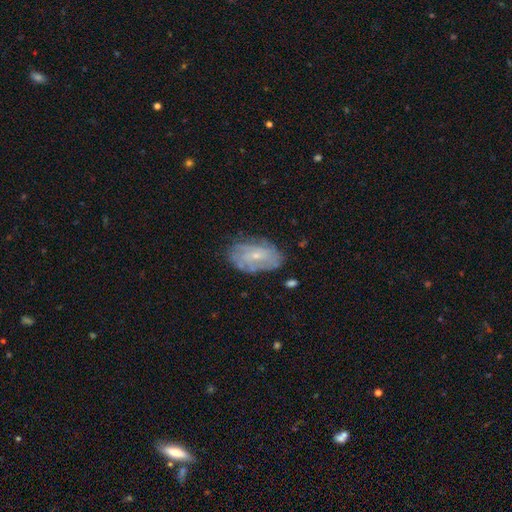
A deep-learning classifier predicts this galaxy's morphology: Smooth or featured? featured or disk (65%)
Edge-on disk? no (95%)
Bar? no (60%)
Spiral arms? yes (74%)
Bulge size? small (75%)
Merging? none (70%)